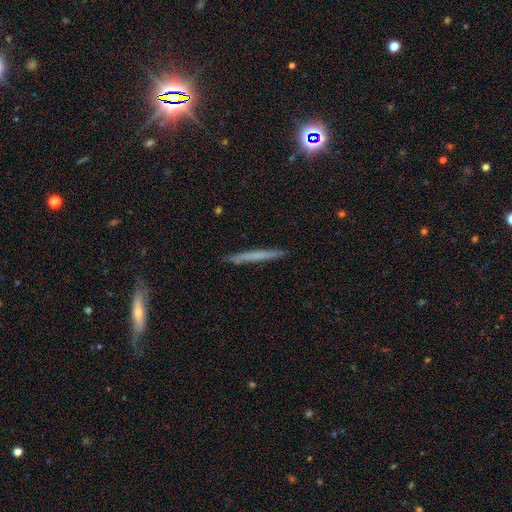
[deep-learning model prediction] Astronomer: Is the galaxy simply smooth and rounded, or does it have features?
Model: smooth — 56% (runner-up: featured or disk, 36%).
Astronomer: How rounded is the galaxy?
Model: cigar-shaped — 97%.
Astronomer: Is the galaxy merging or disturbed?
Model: none — 91%.